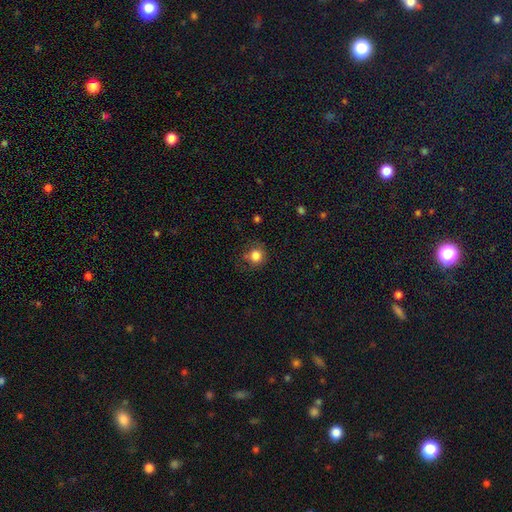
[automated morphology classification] Smooth or featured?
  - smooth: 83% *
  - star or artifact: 11%
  - featured or disk: 6%
How rounded?
  - round: 86% *
  - in between: 13%
  - cigar-shaped: 1%
Merging?
  - none: 70% *
  - minor disturbance: 20%
  - major disturbance: 7%
  - merger: 2%